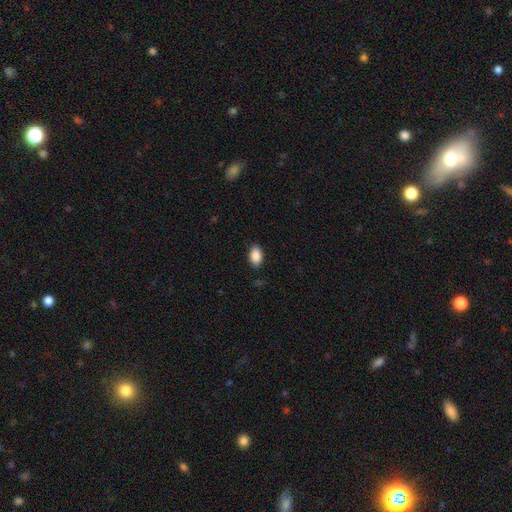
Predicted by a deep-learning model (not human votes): Q: Smooth or featured?
A: smooth (89%); runner-up: star or artifact (7%)
Q: How rounded?
A: in between (91%); runner-up: round (7%)
Q: Merging?
A: none (87%); runner-up: minor disturbance (10%)